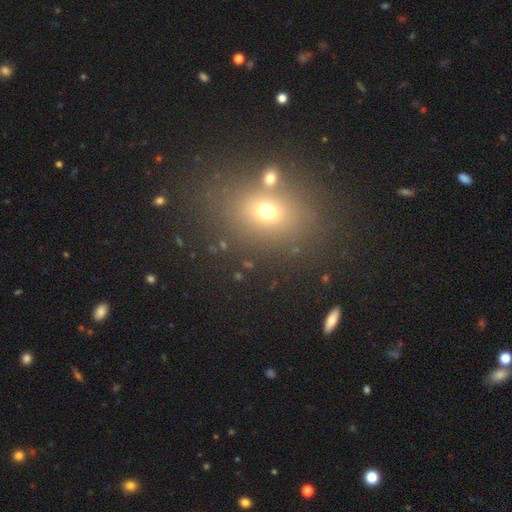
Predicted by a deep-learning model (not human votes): This is possibly a smooth galaxy (54%). How rounded: possibly in between (55%). Merging: clearly none (81%).